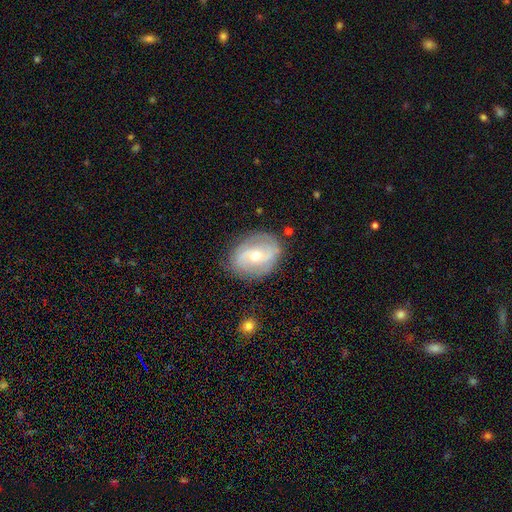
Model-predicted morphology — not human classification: Overall: featured or disk (75%). Edge-on disk: no (96%). Bar: weak (42%, tied with no). Spiral arms: yes (86%). Spiral arm count: 2 (67%). Spiral winding: medium (40%; tight 38%). Bulge size: moderate (59%; small 38%). Merging: none (78%).